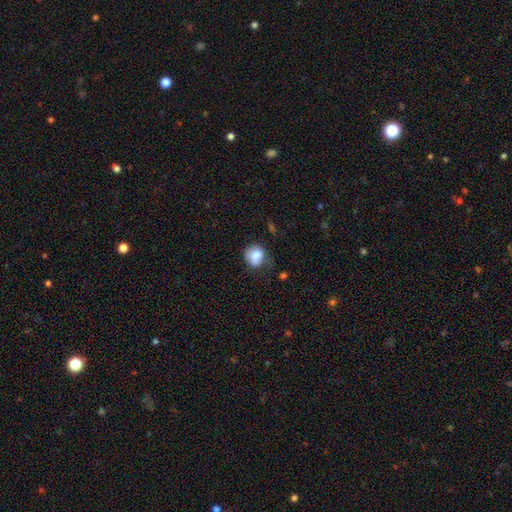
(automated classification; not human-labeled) smooth_or_featured: smooth (p=0.79) [alt: featured or disk p=0.12]
how_rounded: round (p=0.64) [alt: in between p=0.35]
merging: none (p=0.49) [alt: minor disturbance p=0.32]